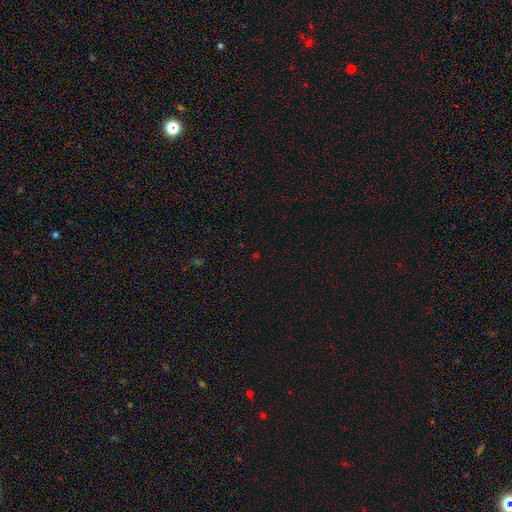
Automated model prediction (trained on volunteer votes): Smooth or featured: star or artifact — 64% (smooth — 30%)